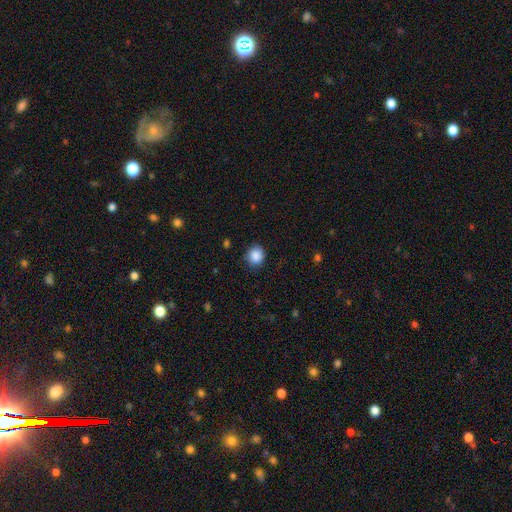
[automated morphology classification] smooth_or_featured: smooth (p=0.88) [alt: star or artifact p=0.09]
how_rounded: round (p=0.82) [alt: in between p=0.17]
merging: none (p=0.83) [alt: minor disturbance p=0.13]